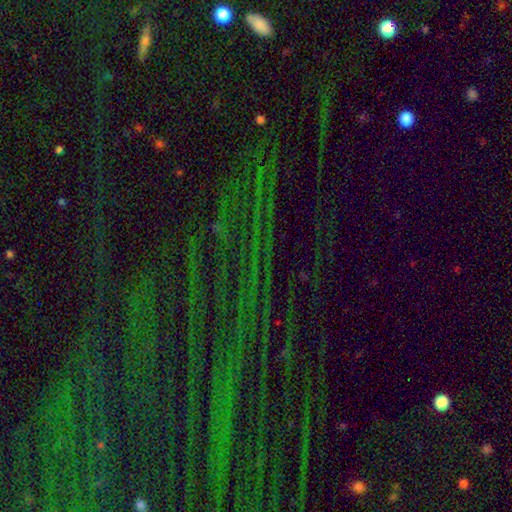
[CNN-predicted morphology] star or artifact 82%, smooth 10%, featured or disk 9%.